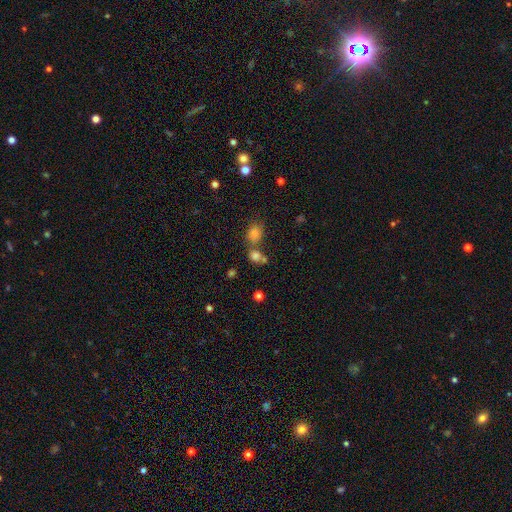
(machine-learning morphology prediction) Overall: smooth (76%). How rounded: round (56%; in between 42%). Merging: none (45%; merger 41%).